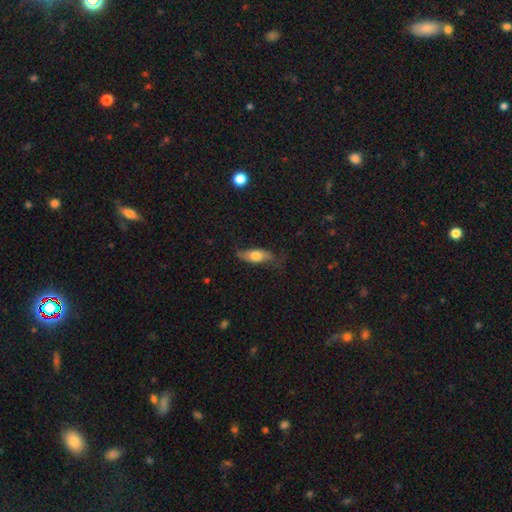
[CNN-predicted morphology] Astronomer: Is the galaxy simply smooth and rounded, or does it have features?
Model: smooth — 64%.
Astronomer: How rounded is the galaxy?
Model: in between — 72%.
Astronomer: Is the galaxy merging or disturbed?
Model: none — 64%.